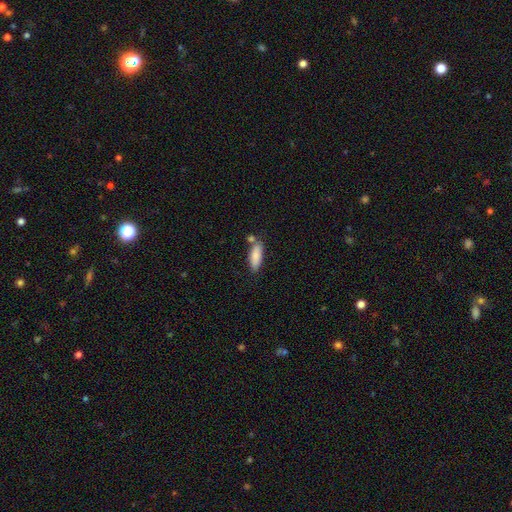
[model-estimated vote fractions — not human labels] Smooth or featured: smooth — 84% (featured or disk — 9%)
How rounded: in between — 66% (cigar-shaped — 32%)
Merging: none — 68% (minor disturbance — 15%)